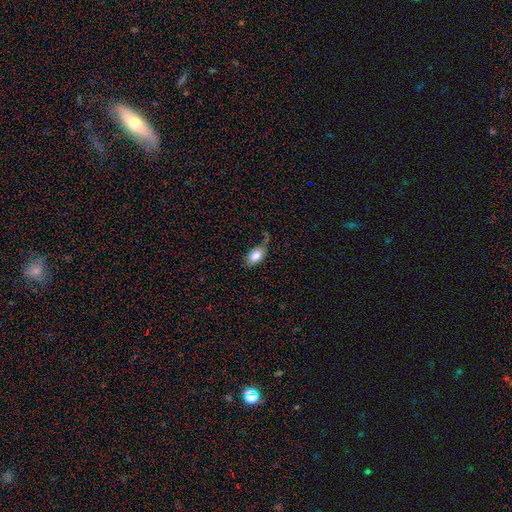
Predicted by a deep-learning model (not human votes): A smooth galaxy with no disk features (80%) that is in between round and cigar-shaped (87%). Merging: none (52%).